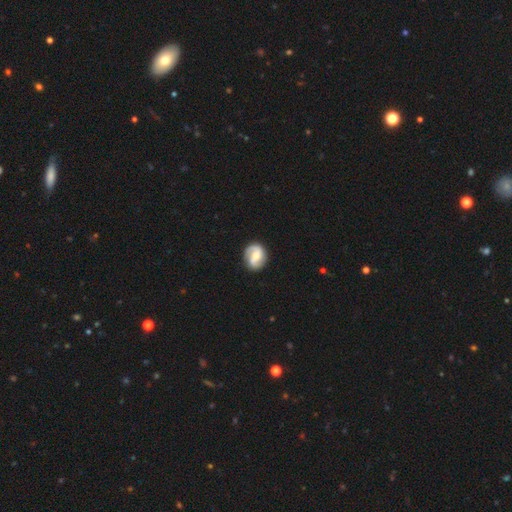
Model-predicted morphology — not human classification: Smooth or featured?
  - featured or disk: 75% *
  - smooth: 20%
  - star or artifact: 5%
Edge-on disk?
  - no: 98% *
  - yes: 2%
Bar?
  - weak: 47% *
  - no: 35%
  - strong: 19%
Spiral arms?
  - yes: 94% *
  - no: 6%
Spiral winding?
  - medium: 43% *
  - loose: 32%
  - tight: 25%
Spiral arm count?
  - 2: 86% *
  - 1: 6%
  - can't tell: 5%
  - 3: 1%
  - 4: 1%
  - more than 4: 1%
Bulge size?
  - moderate: 54% *
  - small: 35%
  - large: 6%
  - none: 4%
  - dominant: 1%
Merging?
  - none: 82% *
  - minor disturbance: 13%
  - major disturbance: 4%
  - merger: 1%